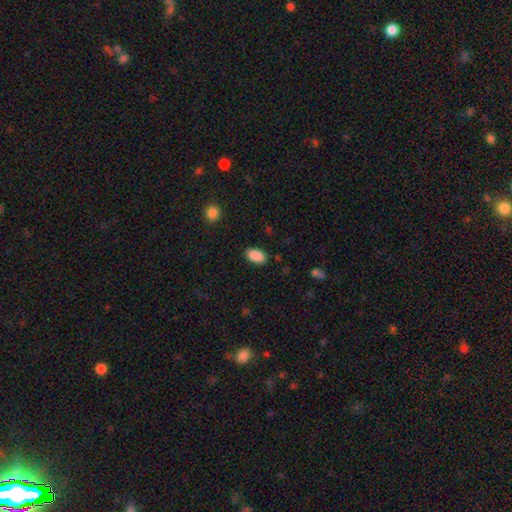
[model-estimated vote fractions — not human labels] smooth-or-featured: smooth: 90% | star or artifact: 7% | featured or disk: 3%
  how-rounded: in between: 94% | round: 4% | cigar-shaped: 2%
  merging: none: 87% | minor disturbance: 9% | major disturbance: 2% | merger: 1%